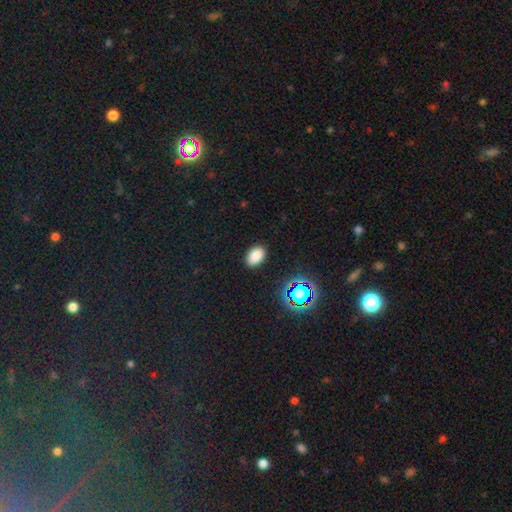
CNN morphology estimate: Smooth or featured?
  - smooth: 82% *
  - star or artifact: 13%
  - featured or disk: 4%
How rounded?
  - in between: 90% *
  - round: 9%
  - cigar-shaped: 1%
Merging?
  - none: 88% *
  - minor disturbance: 9%
  - major disturbance: 2%
  - merger: 1%